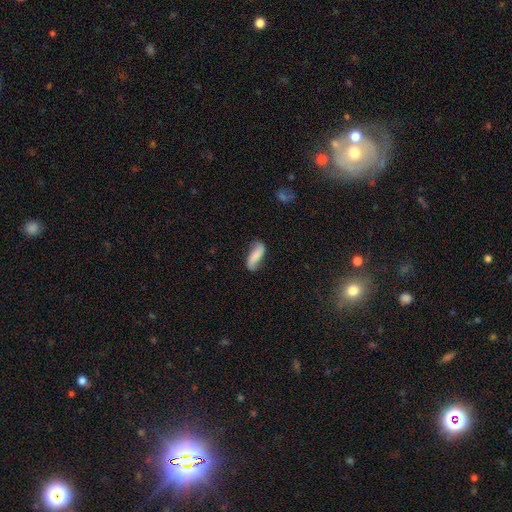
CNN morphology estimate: A smooth galaxy with no disk features (47%).

Vote fractions:
- Smooth or featured? smooth: 47% / featured or disk: 45% / star or artifact: 8%
- Merging? none: 71% / minor disturbance: 21% / major disturbance: 6% / merger: 2%